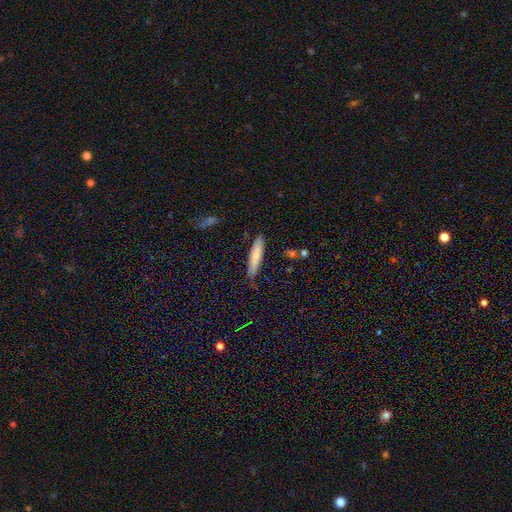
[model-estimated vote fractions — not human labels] smooth_or_featured: smooth (p=0.77) [alt: featured or disk p=0.17]
how_rounded: cigar-shaped (p=0.80) [alt: in between p=0.18]
merging: none (p=0.81) [alt: minor disturbance p=0.15]